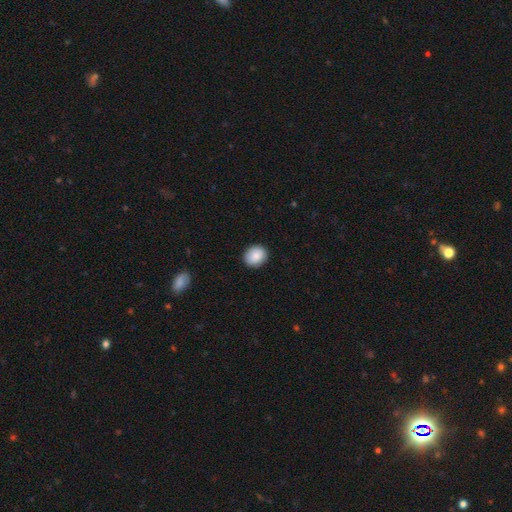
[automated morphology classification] Smooth or featured: smooth — 89% (star or artifact — 7%)
How rounded: round — 66% (in between — 34%)
Merging: none — 91% (minor disturbance — 7%)